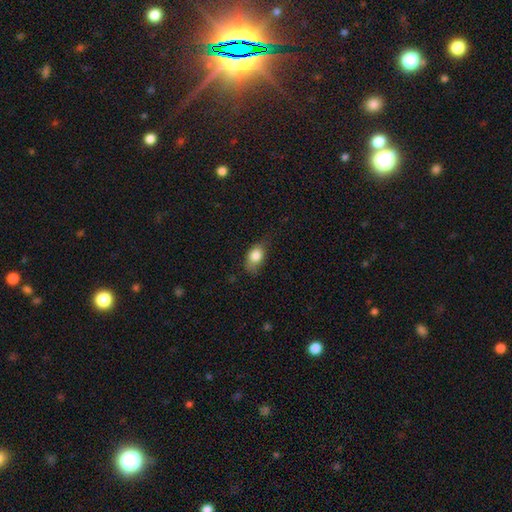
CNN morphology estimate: smooth-or-featured: smooth: 82% | featured or disk: 10% | star or artifact: 8%
  how-rounded: in between: 79% | round: 18% | cigar-shaped: 3%
  merging: none: 53% | minor disturbance: 35% | major disturbance: 10% | merger: 2%